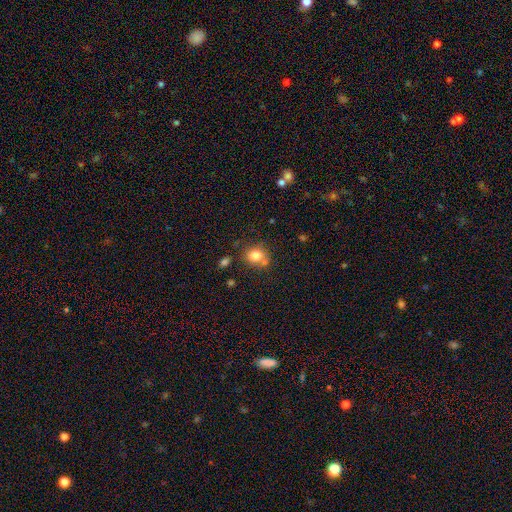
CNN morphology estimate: type=smooth (80%); roundness=round (61%); merging=none (57%).